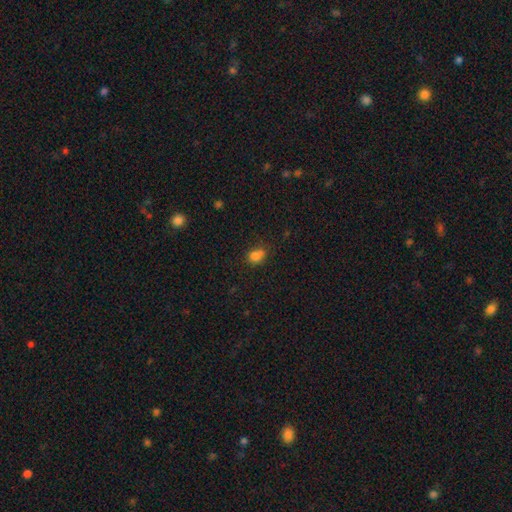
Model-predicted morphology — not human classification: type=smooth (80%); roundness=in between (56%); merging=none (49%).